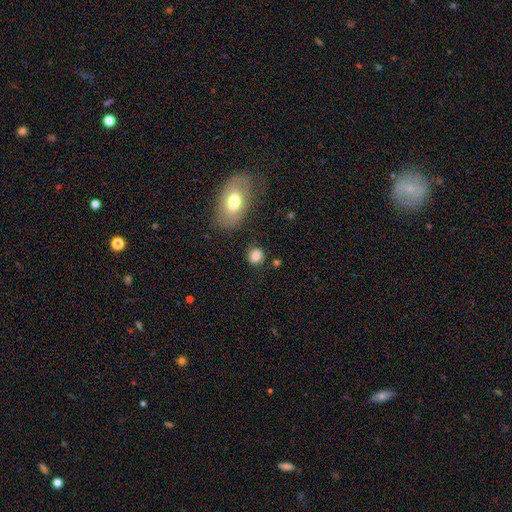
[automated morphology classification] Smooth or featured?
  - smooth: 79% *
  - featured or disk: 11%
  - star or artifact: 10%
How rounded?
  - round: 82% *
  - in between: 17%
  - cigar-shaped: 1%
Merging?
  - none: 80% *
  - minor disturbance: 12%
  - major disturbance: 4%
  - merger: 4%